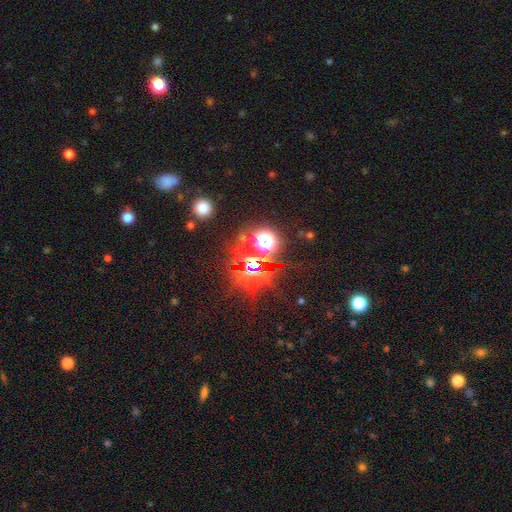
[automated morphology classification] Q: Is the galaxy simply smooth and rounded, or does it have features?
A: star or artifact — 76%.